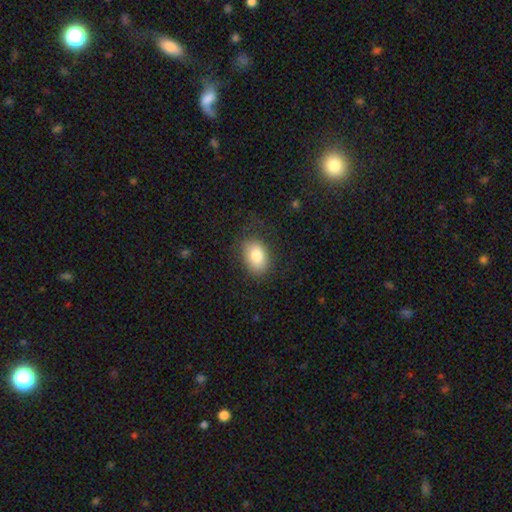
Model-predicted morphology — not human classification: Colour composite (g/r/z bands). It shows a smooth galaxy with no disk features (82%) that is in between round and cigar-shaped (83%). Merging: none (76%).